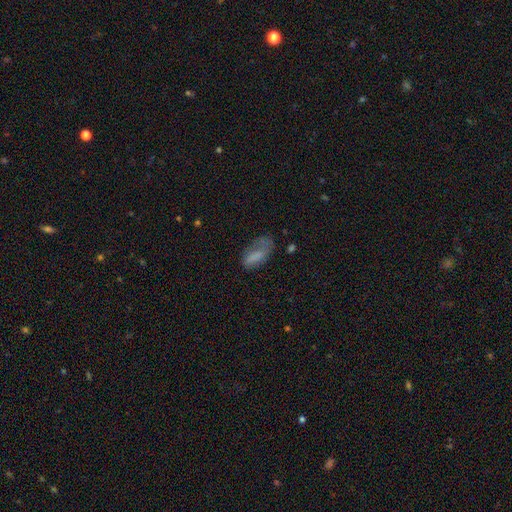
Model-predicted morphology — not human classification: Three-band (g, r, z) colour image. It shows a smooth galaxy with no disk features (70%) that is in between round and cigar-shaped (82%). Merging: none (38%).